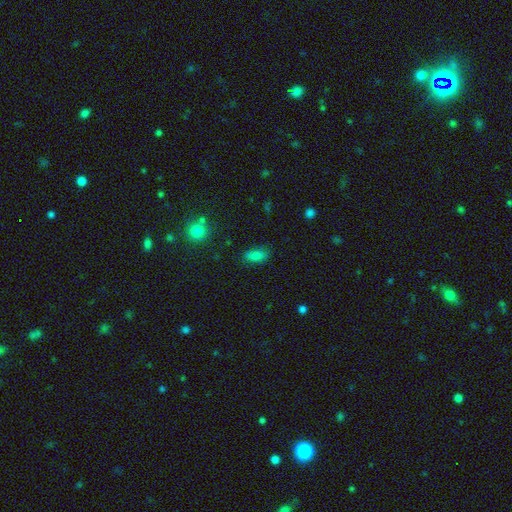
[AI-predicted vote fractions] smooth-or-featured: smooth: 81% | star or artifact: 12% | featured or disk: 6%
  how-rounded: in between: 88% | cigar-shaped: 6% | round: 5%
  merging: none: 77% | minor disturbance: 16% | major disturbance: 4% | merger: 2%